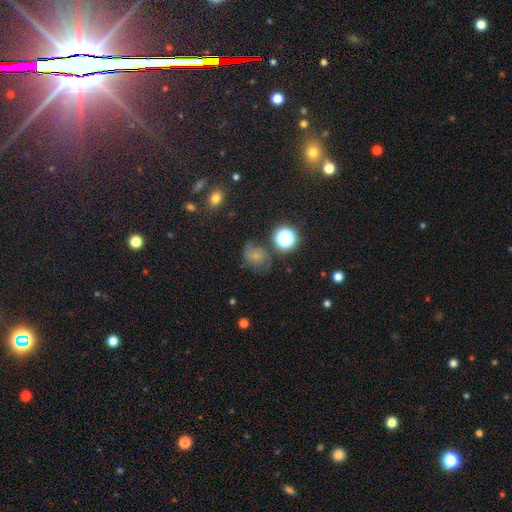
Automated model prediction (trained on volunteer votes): This is marginally a smooth galaxy (41%). Merging: possibly none (58%).